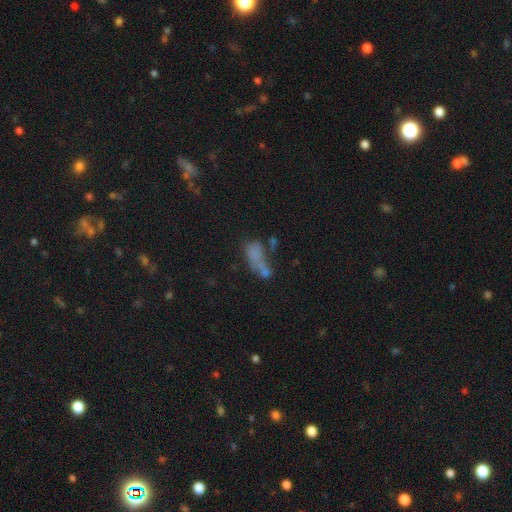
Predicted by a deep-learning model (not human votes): A smooth galaxy with no disk features (56%) that is in between round and cigar-shaped (75%). Merging: merger (39%).